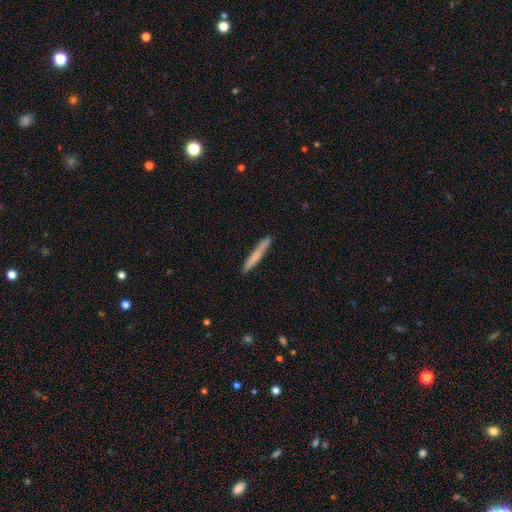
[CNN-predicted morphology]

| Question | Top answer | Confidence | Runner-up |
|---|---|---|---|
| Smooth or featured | smooth | 67% | featured or disk (27%) |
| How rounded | cigar-shaped | 96% | in between (3%) |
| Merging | none | 88% | minor disturbance (9%) |